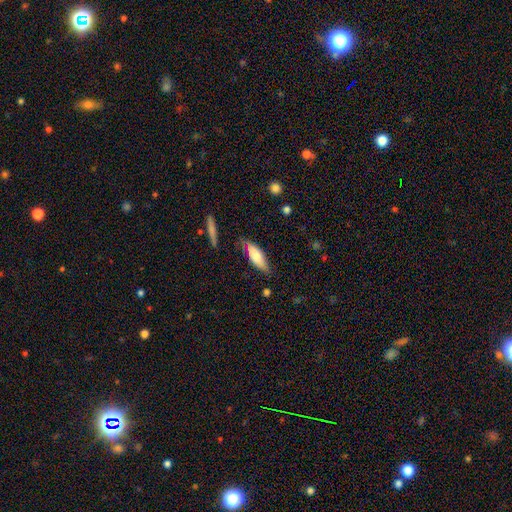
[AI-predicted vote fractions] smooth-or-featured: smooth: 69% | featured or disk: 24% | star or artifact: 6%
  how-rounded: in between: 61% | cigar-shaped: 37% | round: 2%
  merging: none: 66% | minor disturbance: 25% | major disturbance: 6% | merger: 3%